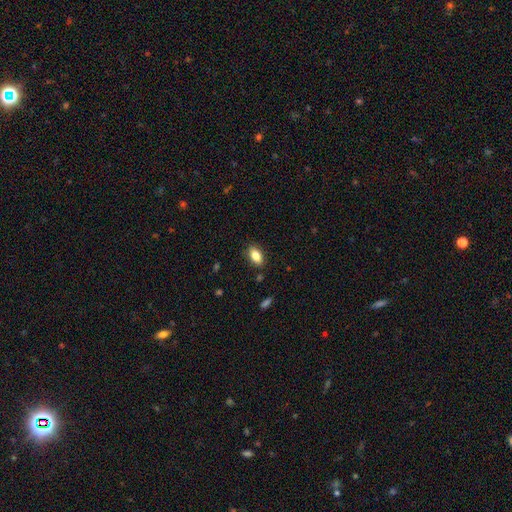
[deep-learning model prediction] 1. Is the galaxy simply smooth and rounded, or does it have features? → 84% smooth, 8% featured or disk, 8% star or artifact.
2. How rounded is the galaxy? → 90% in between, 6% round, 4% cigar-shaped.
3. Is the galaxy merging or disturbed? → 86% none, 10% minor disturbance, 2% major disturbance, 1% merger.